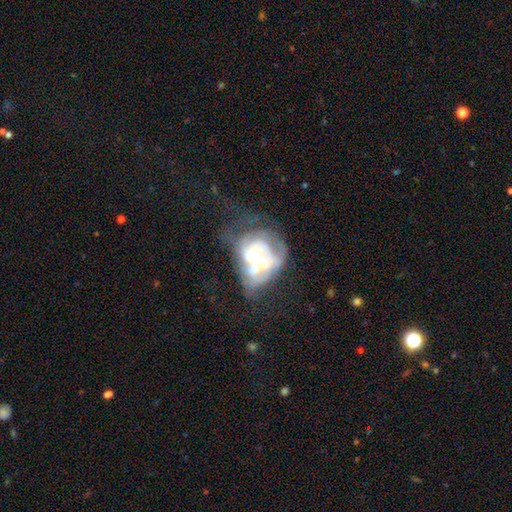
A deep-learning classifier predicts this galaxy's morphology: type=featured or disk (67%); edge-on=no (97%); bar=no (82%); spiral arms=no (60%); bulge=moderate (61%); merging=merger (55%).